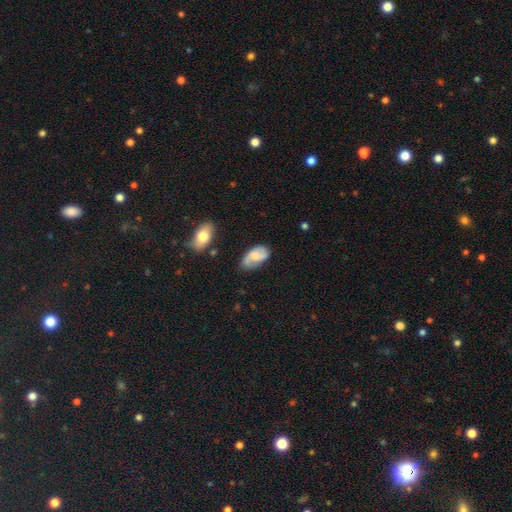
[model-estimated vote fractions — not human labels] This is possibly a featured or disk galaxy (49%). Merging: possibly none (56%).